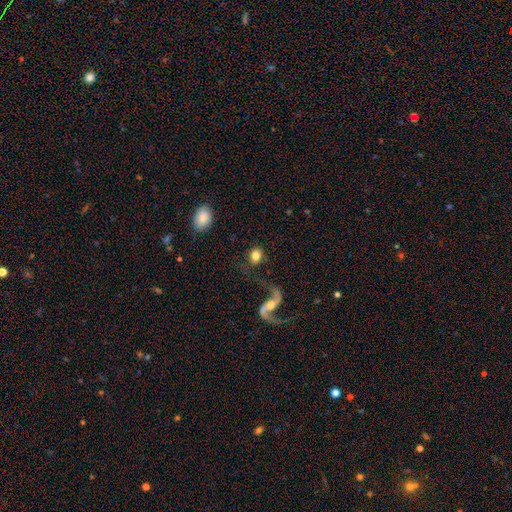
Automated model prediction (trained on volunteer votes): smooth_or_featured: smooth (p=0.73) [alt: featured or disk p=0.18]
how_rounded: round (p=0.73) [alt: in between p=0.25]
merging: none (p=0.73) [alt: minor disturbance p=0.11]